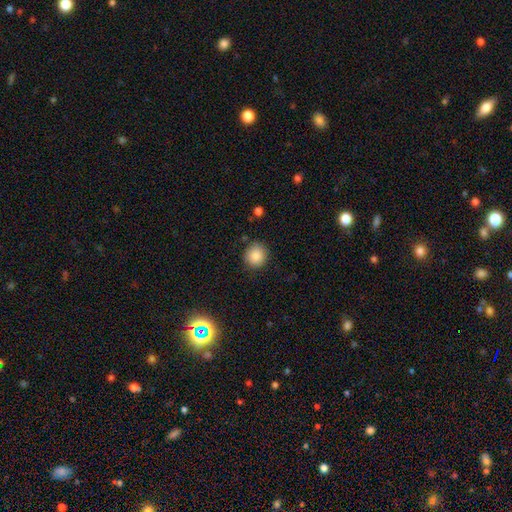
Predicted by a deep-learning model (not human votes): Smooth or featured? Predicted: smooth (p=0.87). How rounded? Predicted: round (p=0.87). Merging? Predicted: none (p=0.85).